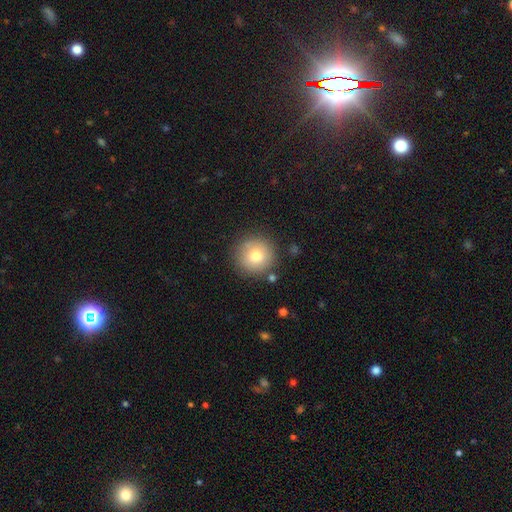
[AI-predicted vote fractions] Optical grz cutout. It shows a smooth galaxy with no disk features (77%) that is round (94%). Merging: none (84%).